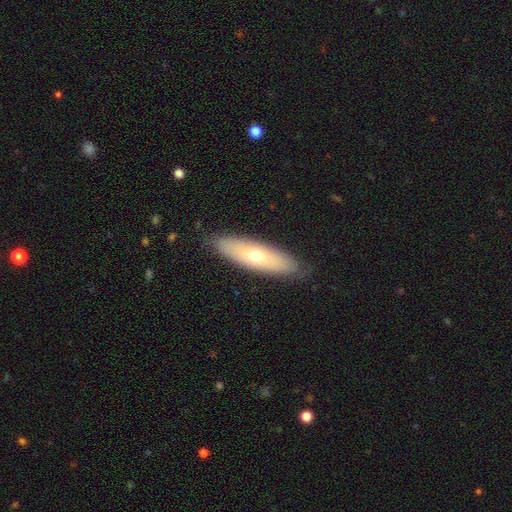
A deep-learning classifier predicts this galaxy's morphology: The model was most divided on "how rounded": cigar-shaped: 52%, in between: 46%, round: 2%. More confident: merging — none (85%); smooth or featured — smooth (57%).